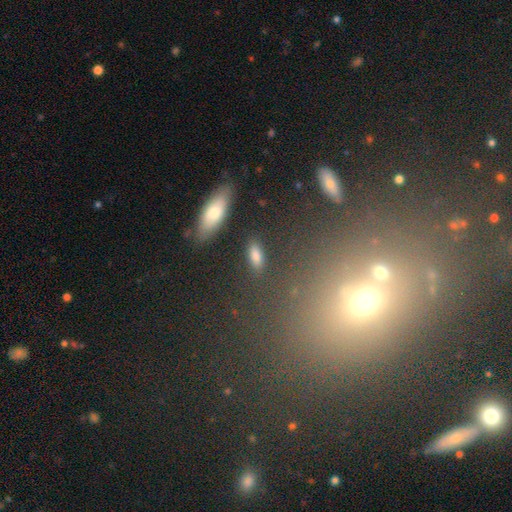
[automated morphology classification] smooth-or-featured: smooth: 80% | star or artifact: 11% | featured or disk: 9%
  how-rounded: in between: 76% | cigar-shaped: 18% | round: 6%
  merging: none: 85% | minor disturbance: 9% | merger: 3% | major disturbance: 3%